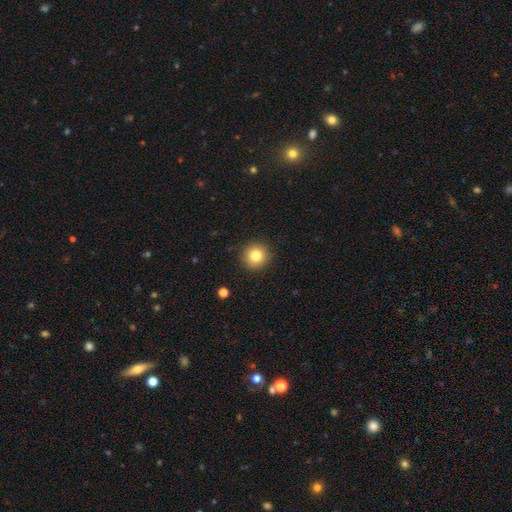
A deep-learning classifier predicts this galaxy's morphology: This is clearly a smooth galaxy (81%). How rounded: clearly round (94%). Merging: clearly none (91%).